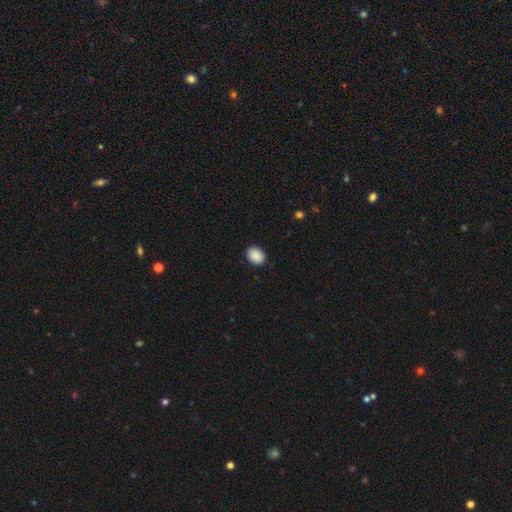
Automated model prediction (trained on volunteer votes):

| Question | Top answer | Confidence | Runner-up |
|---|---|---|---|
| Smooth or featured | smooth | 90% | star or artifact (7%) |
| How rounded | in between | 57% | round (42%) |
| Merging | none | 90% | minor disturbance (7%) |